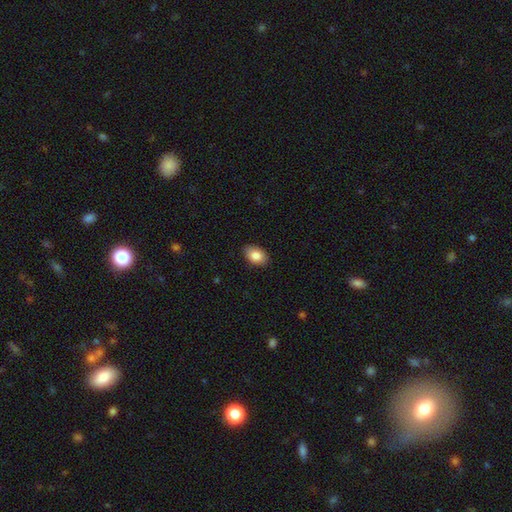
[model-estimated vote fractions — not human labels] Overall: smooth (86%). How rounded: in between (85%). Merging: none (88%).